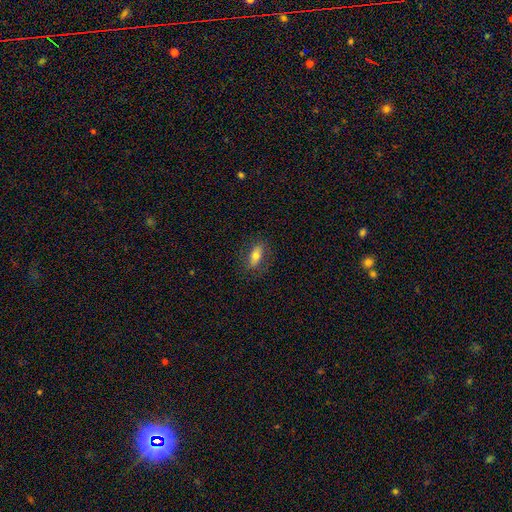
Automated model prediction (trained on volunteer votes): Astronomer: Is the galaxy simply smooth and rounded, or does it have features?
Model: smooth — 68%.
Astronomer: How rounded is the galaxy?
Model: in between — 74%.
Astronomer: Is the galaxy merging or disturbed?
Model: none — 80%.